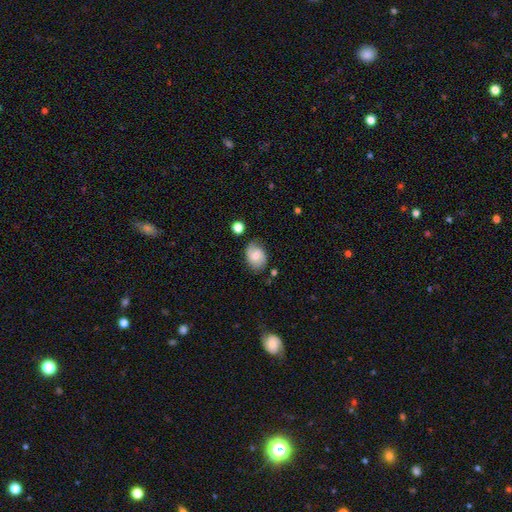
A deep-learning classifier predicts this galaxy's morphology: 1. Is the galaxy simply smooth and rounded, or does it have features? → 52% smooth, 40% featured or disk, 8% star or artifact.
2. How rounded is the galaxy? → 71% in between, 28% round, 1% cigar-shaped.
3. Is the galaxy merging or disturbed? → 67% none, 23% minor disturbance, 6% major disturbance, 4% merger.